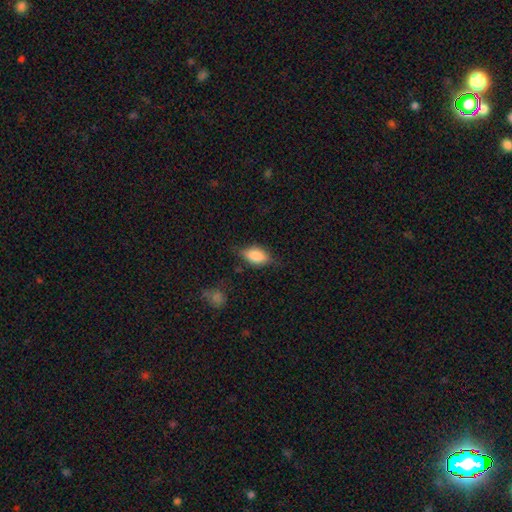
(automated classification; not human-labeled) A smooth galaxy with no disk features (81%) that is in between round and cigar-shaped (88%).

Vote fractions:
- Smooth or featured? smooth: 81% / featured or disk: 12% / star or artifact: 7%
- How rounded? in between: 88% / cigar-shaped: 7% / round: 5%
- Merging? none: 70% / minor disturbance: 22% / major disturbance: 6% / merger: 2%